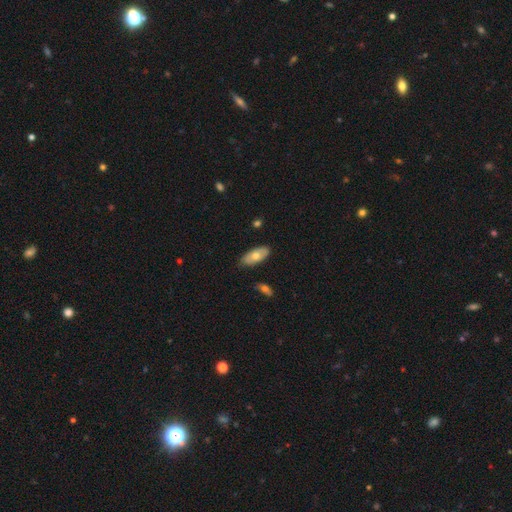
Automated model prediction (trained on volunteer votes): A smooth galaxy with no disk features (61%) that is in between round and cigar-shaped (89%). Merging: none (80%).